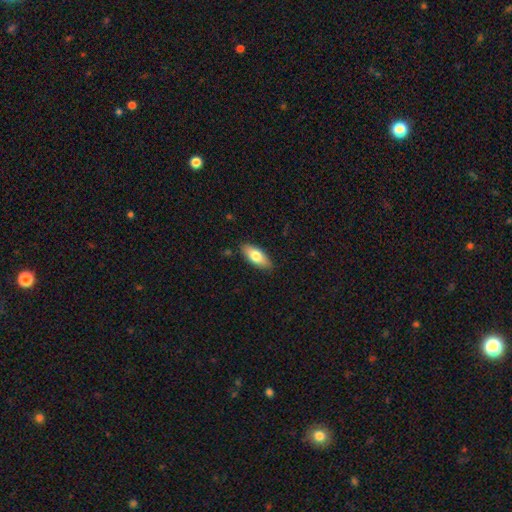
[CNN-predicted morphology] smooth_or_featured: smooth (p=0.76) [alt: featured or disk p=0.18]
how_rounded: in between (p=0.83) [alt: cigar-shaped p=0.15]
merging: none (p=0.86) [alt: minor disturbance p=0.10]